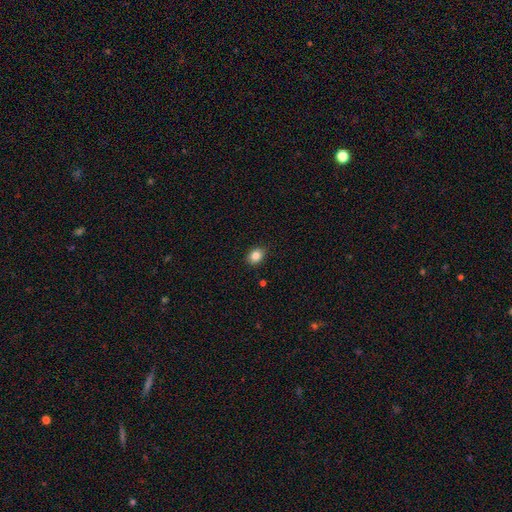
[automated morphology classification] Overall: smooth (85%). How rounded: in between (65%; round 34%). Merging: none (87%).